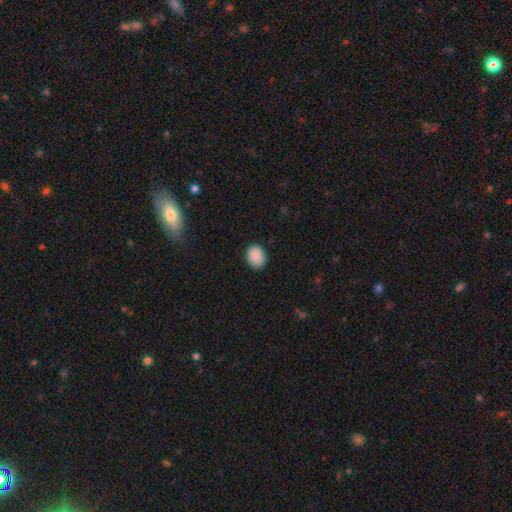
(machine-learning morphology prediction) A smooth galaxy with no disk features (89%) that is in between round and cigar-shaped (57%).

Vote fractions:
- Smooth or featured? smooth: 89% / star or artifact: 8% / featured or disk: 3%
- How rounded? in between: 57% / round: 42% / cigar-shaped: 1%
- Merging? none: 85% / minor disturbance: 11% / major disturbance: 2% / merger: 1%